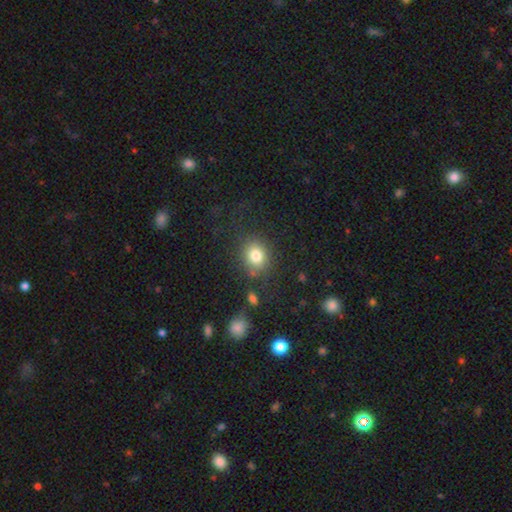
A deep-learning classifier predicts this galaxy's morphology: smooth 81%, star or artifact 11%, featured or disk 8%. Down the decision tree: how rounded — round (66%); merging — none (76%).